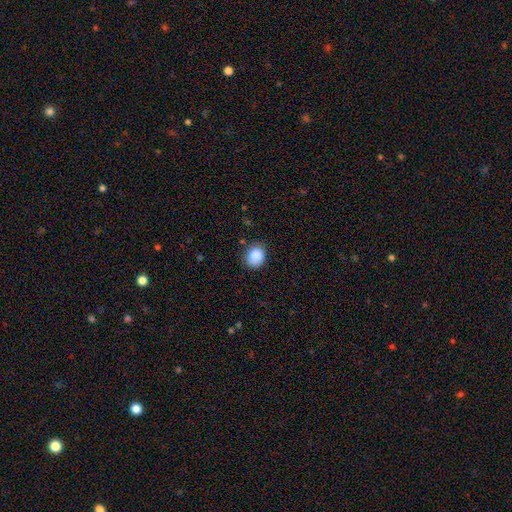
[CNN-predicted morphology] Smooth or featured? smooth (88%)
How rounded? round (58%)
Merging? none (76%)